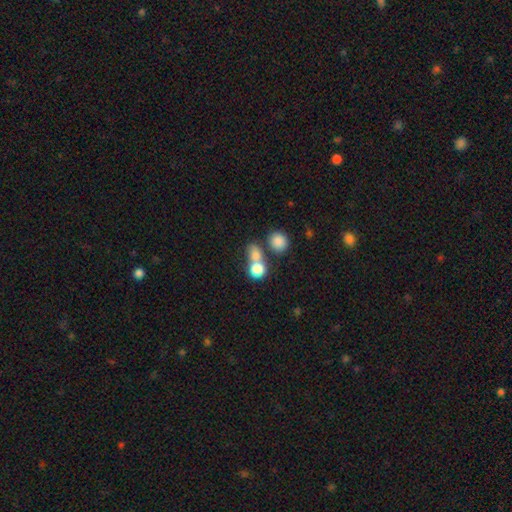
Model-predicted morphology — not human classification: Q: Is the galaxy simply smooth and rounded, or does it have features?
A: smooth — 78%.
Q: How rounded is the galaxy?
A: round — 72%.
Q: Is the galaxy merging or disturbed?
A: merger — 48%.